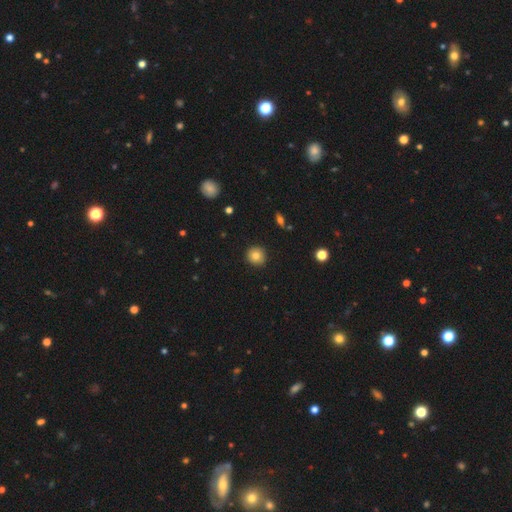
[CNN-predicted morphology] This appears to be a smooth galaxy with no disk features (81%) that is round (92%). Merging: none (91%).